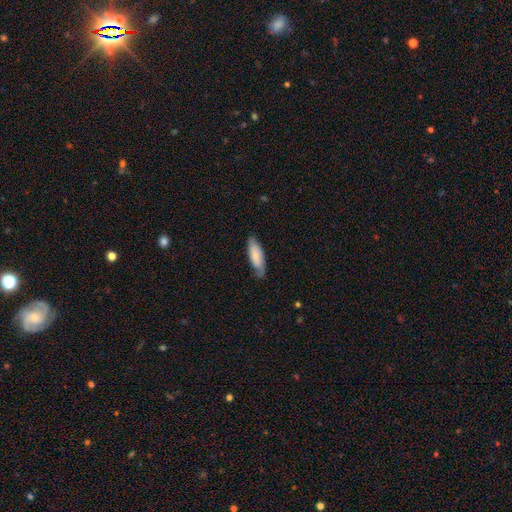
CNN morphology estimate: Q: Smooth or featured?
A: smooth (74%); runner-up: featured or disk (20%)
Q: How rounded?
A: in between (60%); runner-up: cigar-shaped (38%)
Q: Merging?
A: none (69%); runner-up: minor disturbance (25%)